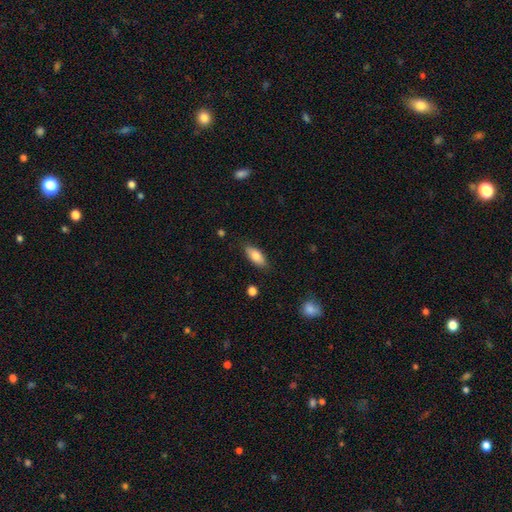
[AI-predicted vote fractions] Overall: smooth (81%). How rounded: in between (83%). Merging: none (84%).